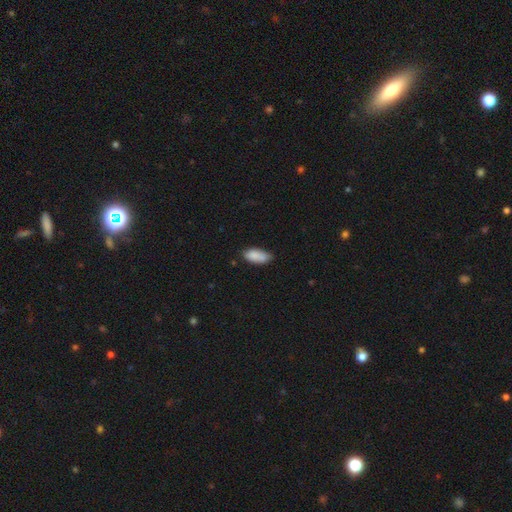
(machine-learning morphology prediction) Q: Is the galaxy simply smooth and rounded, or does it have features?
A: smooth — 86%.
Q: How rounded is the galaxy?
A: in between — 88%.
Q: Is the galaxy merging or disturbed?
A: none — 62%.